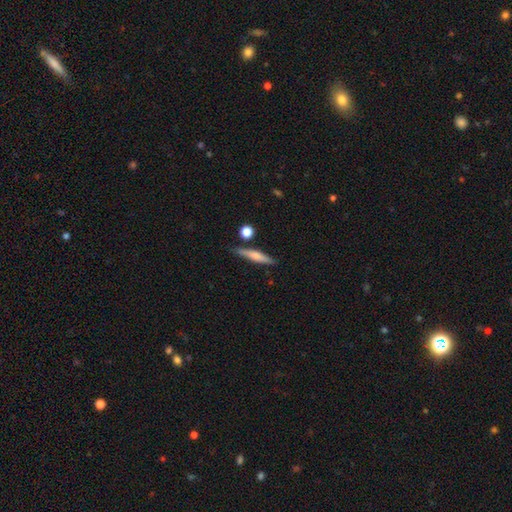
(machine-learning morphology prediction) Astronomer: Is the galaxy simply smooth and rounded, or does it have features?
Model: smooth — 51% (runner-up: featured or disk, 42%).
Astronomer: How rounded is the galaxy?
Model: cigar-shaped — 86%.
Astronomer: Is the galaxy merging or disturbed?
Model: none — 81%.